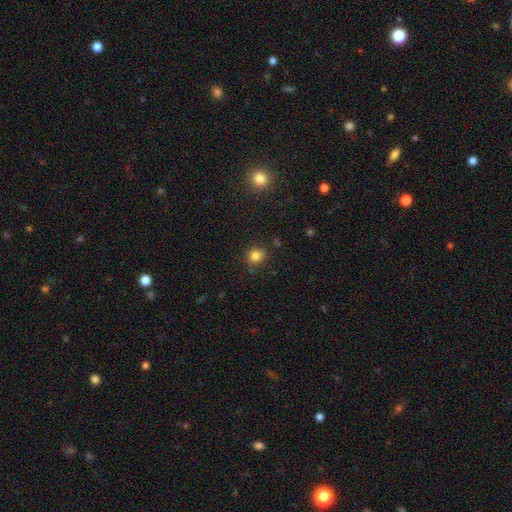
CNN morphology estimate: Overall: smooth (82%). How rounded: round (84%). Merging: none (81%).